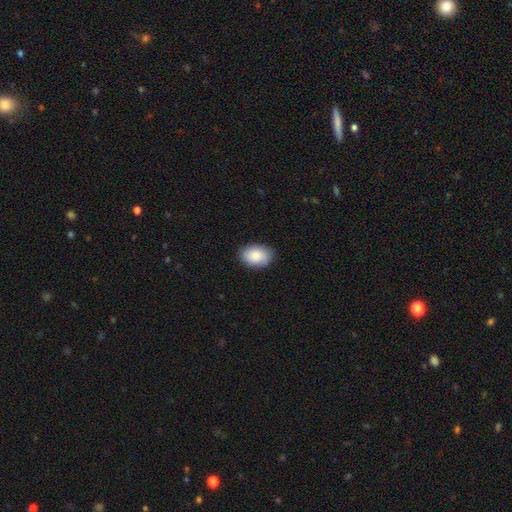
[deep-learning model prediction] Smooth or featured: smooth — 86% (featured or disk — 8%)
How rounded: in between — 79% (round — 20%)
Merging: none — 85% (minor disturbance — 12%)